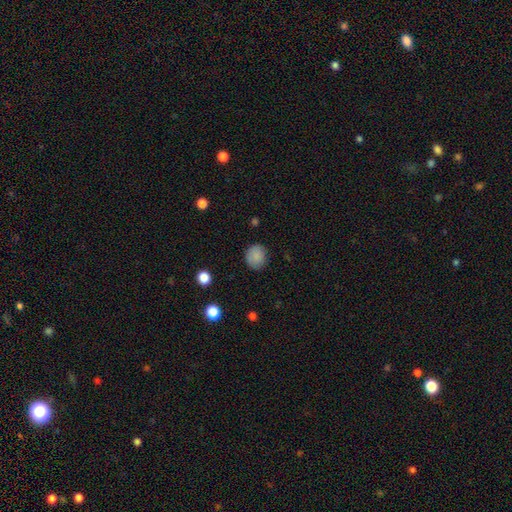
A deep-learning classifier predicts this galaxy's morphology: Smooth or featured: smooth — 85% (star or artifact — 9%)
How rounded: round — 77% (in between — 22%)
Merging: none — 83% (minor disturbance — 13%)